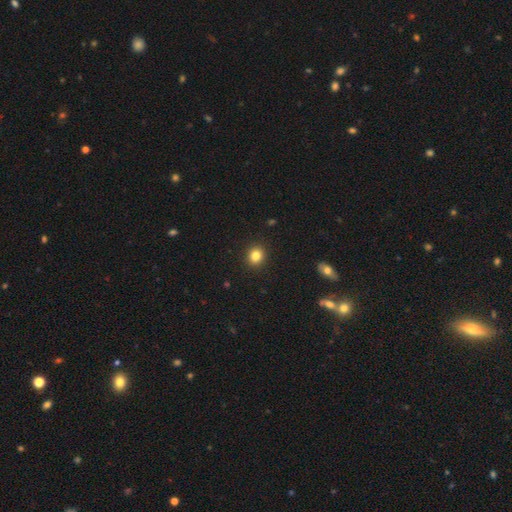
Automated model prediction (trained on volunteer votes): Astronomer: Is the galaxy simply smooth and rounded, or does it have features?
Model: smooth — 83%.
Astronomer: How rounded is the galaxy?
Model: round — 75%.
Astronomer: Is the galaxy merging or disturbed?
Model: none — 92%.